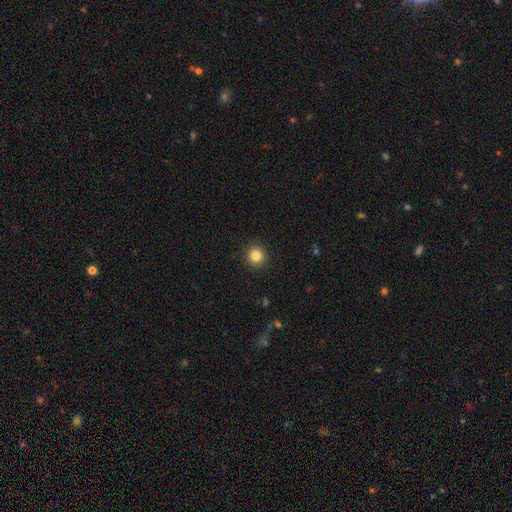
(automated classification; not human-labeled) Q: Smooth or featured?
A: smooth (84%); runner-up: star or artifact (11%)
Q: How rounded?
A: round (93%); runner-up: in between (6%)
Q: Merging?
A: none (92%); runner-up: minor disturbance (5%)